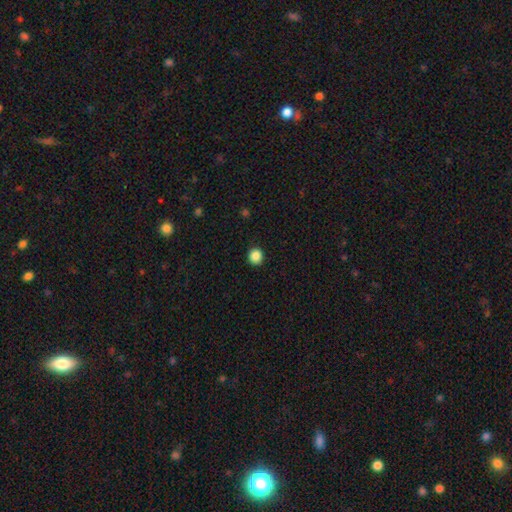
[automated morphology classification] smooth_or_featured: smooth (p=0.87) [alt: star or artifact p=0.10]
how_rounded: round (p=0.91) [alt: in between p=0.08]
merging: none (p=0.92) [alt: minor disturbance p=0.05]